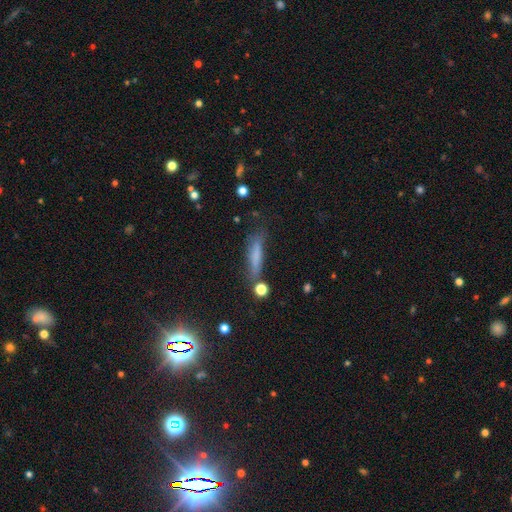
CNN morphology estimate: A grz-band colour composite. It shows a smooth galaxy with no disk features (68%) that is cigar-shaped (82%). Merging: none (68%).